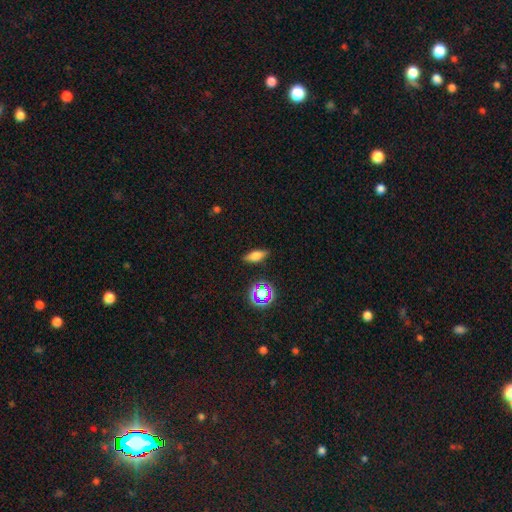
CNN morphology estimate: type=smooth (67%); roundness=in between (70%); merging=none (86%).